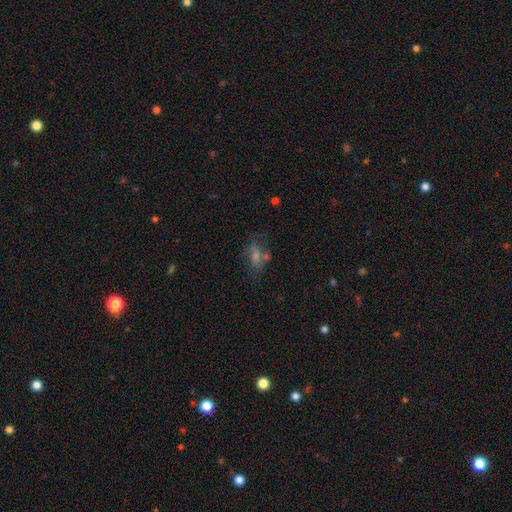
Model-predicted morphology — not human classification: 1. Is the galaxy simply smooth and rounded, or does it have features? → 41% smooth, 32% featured or disk, 27% star or artifact.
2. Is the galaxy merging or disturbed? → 54% none, 19% minor disturbance, 14% major disturbance, 12% merger.